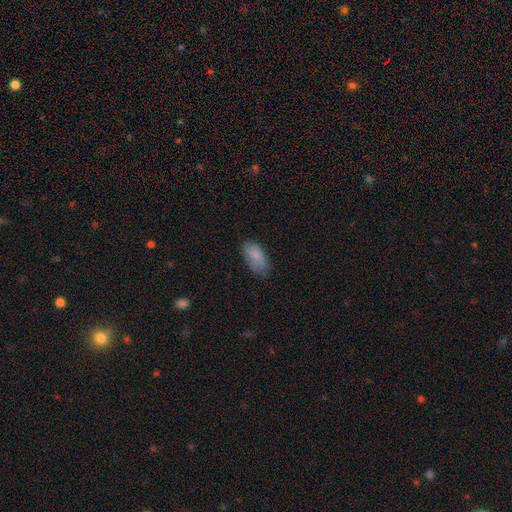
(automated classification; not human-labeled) A smooth galaxy with no disk features (85%) that is in between round and cigar-shaped (93%).

Vote fractions:
- Smooth or featured? smooth: 85% / featured or disk: 8% / star or artifact: 7%
- How rounded? in between: 93% / cigar-shaped: 4% / round: 3%
- Merging? none: 73% / minor disturbance: 21% / major disturbance: 5% / merger: 1%